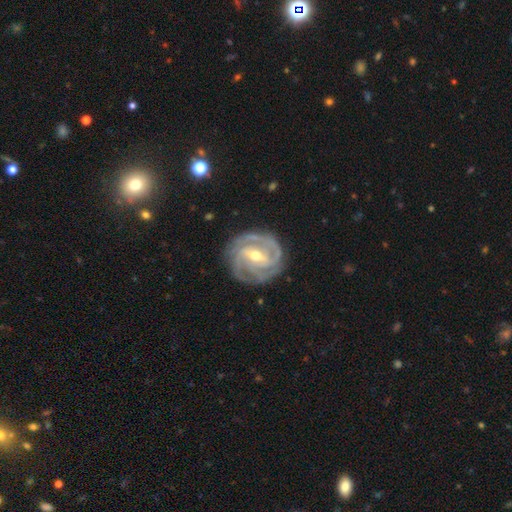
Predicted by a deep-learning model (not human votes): The model was most divided on "bar": strong: 44%, weak: 42%, no: 14%. Remaining: spiral arms — yes (98%); edge-on disk — no (97%); smooth or featured — featured or disk (91%); merging — none (82%); spiral winding — tight (70%); bulge size — moderate (59%); spiral arm count — 3 (43%).